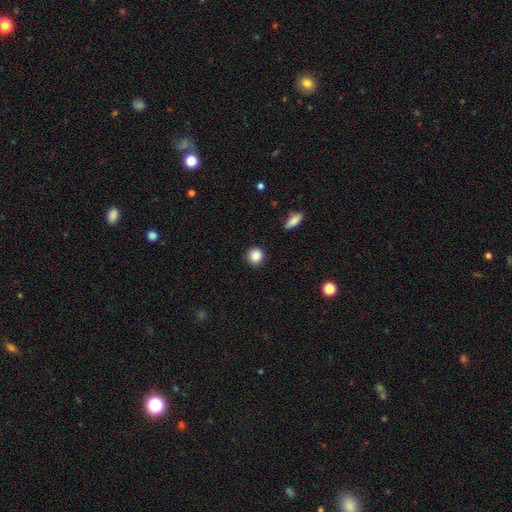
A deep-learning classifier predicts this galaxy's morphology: Overall: smooth (87%). How rounded: round (91%). Merging: none (90%).